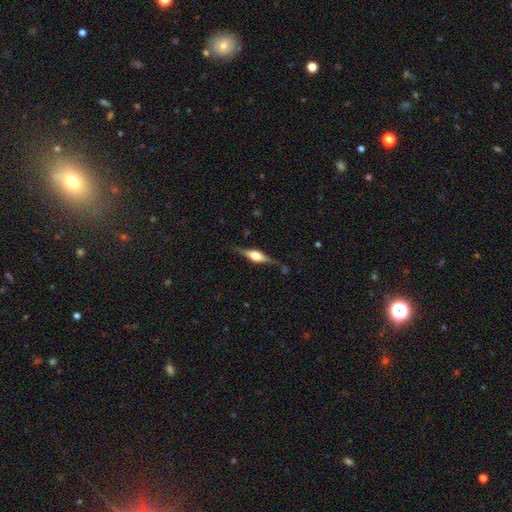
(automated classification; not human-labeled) Overall: featured or disk (75%). Edge-on disk: yes (97%). Edge-on bulge: rounded (87%). Merging: none (82%).